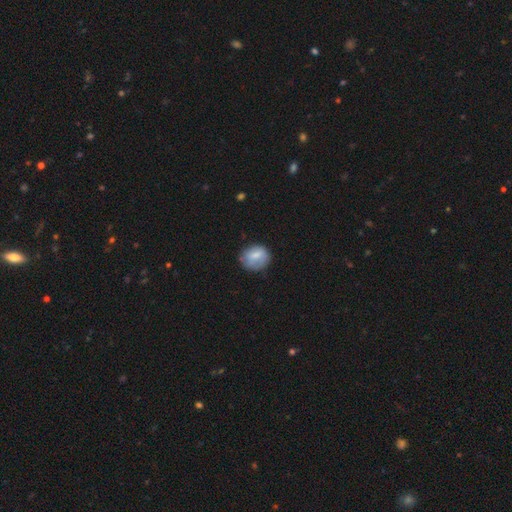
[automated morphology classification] smooth_or_featured: smooth (p=0.74) [alt: featured or disk p=0.18]
how_rounded: round (p=0.72) [alt: in between p=0.27]
merging: none (p=0.69) [alt: minor disturbance p=0.22]